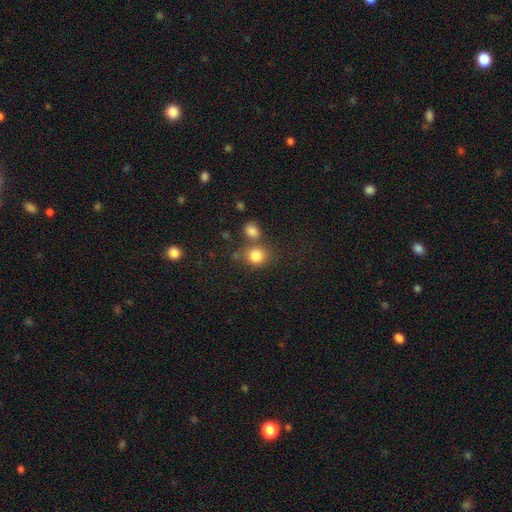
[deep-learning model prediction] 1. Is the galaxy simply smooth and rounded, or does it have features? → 83% smooth, 11% star or artifact, 6% featured or disk.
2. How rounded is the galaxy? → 77% round, 21% in between, 1% cigar-shaped.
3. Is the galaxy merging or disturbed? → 58% none, 26% merger, 11% minor disturbance, 5% major disturbance.